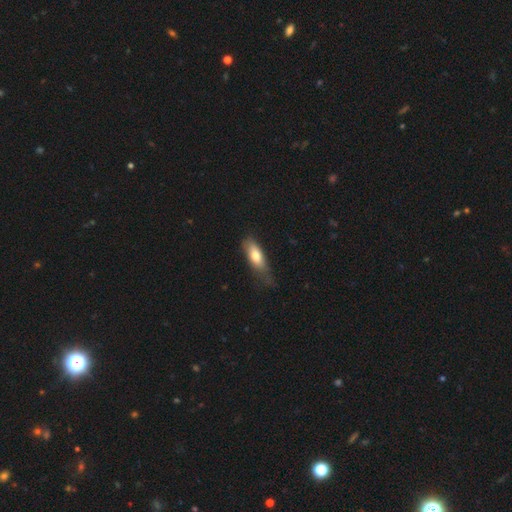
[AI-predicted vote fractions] Overall: smooth (74%). How rounded: in between (68%; cigar-shaped 29%). Merging: none (49%; minor disturbance 35%).